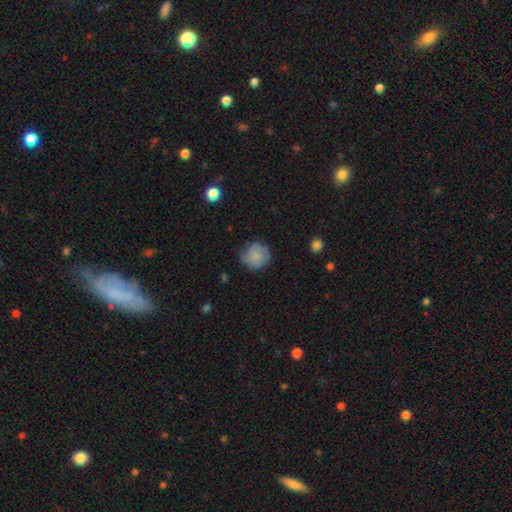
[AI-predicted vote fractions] smooth-or-featured: smooth: 72% | featured or disk: 21% | star or artifact: 7%
  how-rounded: round: 89% | in between: 10% | cigar-shaped: 1%
  merging: none: 70% | minor disturbance: 23% | major disturbance: 6% | merger: 1%